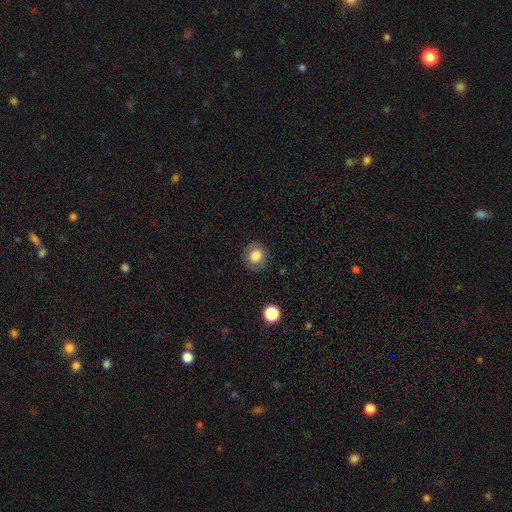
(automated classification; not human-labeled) A smooth galaxy with no disk features (80%) that is round (75%). Merging: none (84%).